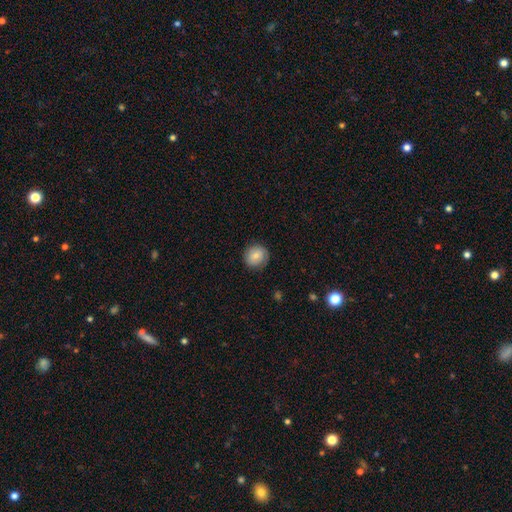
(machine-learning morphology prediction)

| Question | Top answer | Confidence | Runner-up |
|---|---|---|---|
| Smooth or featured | smooth | 75% | featured or disk (17%) |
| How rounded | round | 86% | in between (14%) |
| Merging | none | 81% | minor disturbance (14%) |